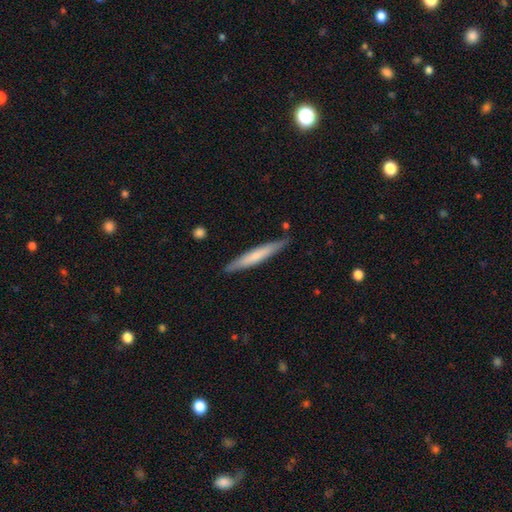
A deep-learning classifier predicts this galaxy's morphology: Q: Smooth or featured?
A: smooth (59%); runner-up: featured or disk (36%)
Q: How rounded?
A: cigar-shaped (95%); runner-up: in between (4%)
Q: Merging?
A: none (87%); runner-up: minor disturbance (10%)